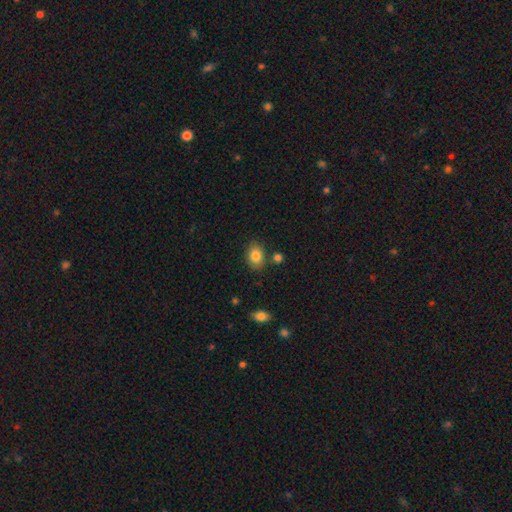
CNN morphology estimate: Smooth or featured?
  - smooth: 84% *
  - star or artifact: 9%
  - featured or disk: 8%
How rounded?
  - in between: 71% *
  - round: 28%
  - cigar-shaped: 1%
Merging?
  - none: 80% *
  - minor disturbance: 12%
  - merger: 5%
  - major disturbance: 3%